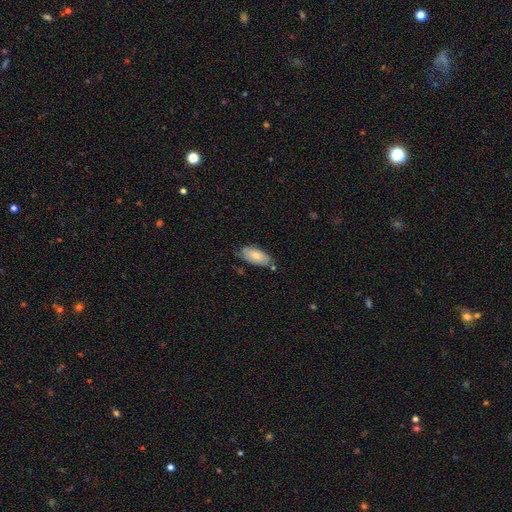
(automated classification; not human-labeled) This appears to be a smooth galaxy with no disk features (74%) that is in between round and cigar-shaped (90%). Merging: none (63%).